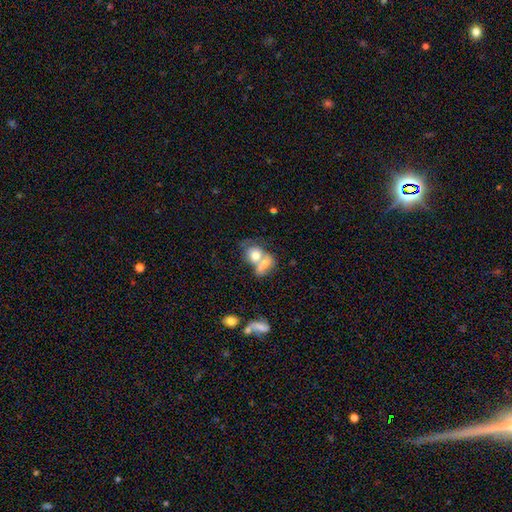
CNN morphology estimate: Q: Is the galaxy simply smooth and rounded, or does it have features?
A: smooth — 70%.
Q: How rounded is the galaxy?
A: in between — 55%.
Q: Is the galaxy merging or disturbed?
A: merger — 66%.